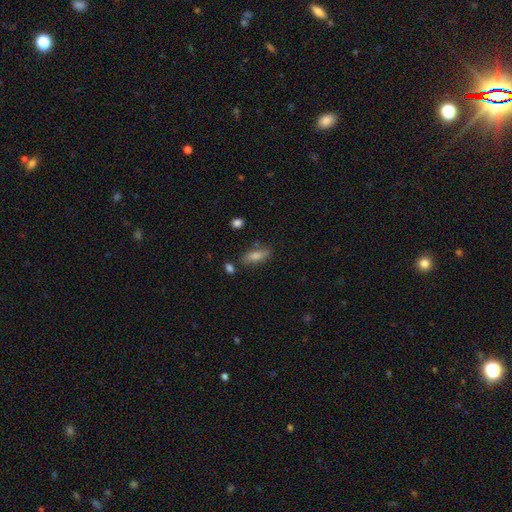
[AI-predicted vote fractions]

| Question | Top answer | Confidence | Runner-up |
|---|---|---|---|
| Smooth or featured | smooth | 73% | featured or disk (17%) |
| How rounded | in between | 64% | cigar-shaped (33%) |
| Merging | none | 78% | minor disturbance (14%) |